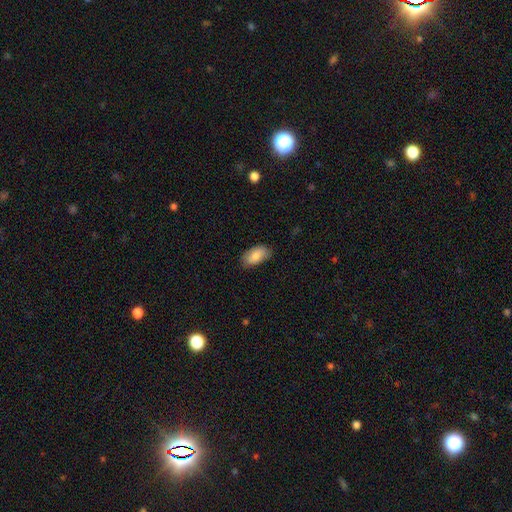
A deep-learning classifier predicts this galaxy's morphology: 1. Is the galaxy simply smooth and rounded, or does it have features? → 84% smooth, 9% featured or disk, 6% star or artifact.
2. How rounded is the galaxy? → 94% in between, 3% cigar-shaped, 3% round.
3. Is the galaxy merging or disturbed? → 80% none, 16% minor disturbance, 3% major disturbance, 1% merger.